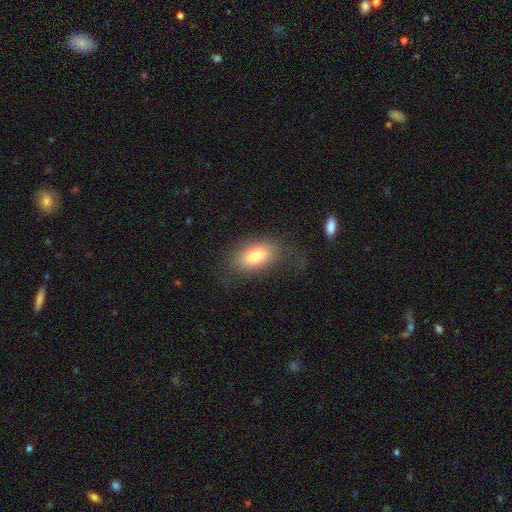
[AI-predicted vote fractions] This is likely a smooth galaxy (75%). How rounded: clearly in between (90%). Merging: likely none (67%).